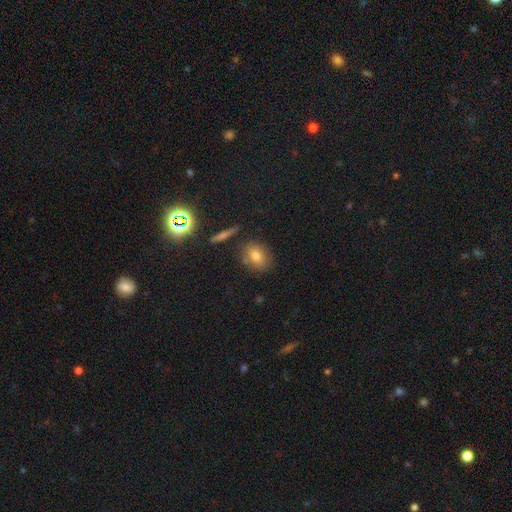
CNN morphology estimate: Smooth or featured? smooth (71%)
How rounded? in between (61%)
Merging? none (77%)